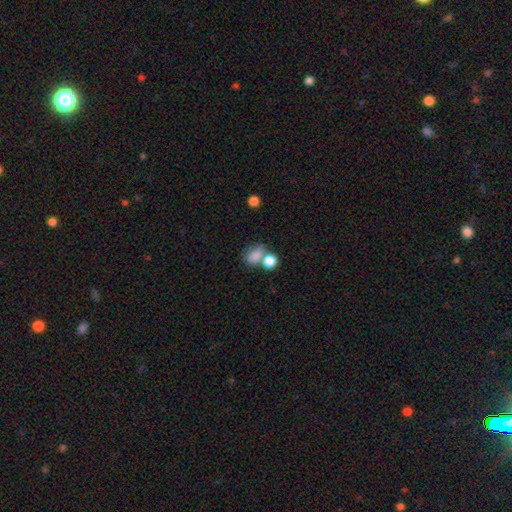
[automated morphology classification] Q: Smooth or featured?
A: smooth (80%); runner-up: star or artifact (11%)
Q: How rounded?
A: in between (65%); runner-up: round (33%)
Q: Merging?
A: merger (42%); runner-up: none (36%)